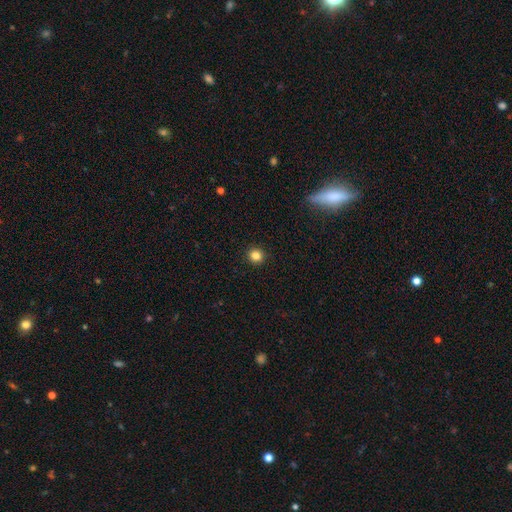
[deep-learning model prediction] smooth 84%, star or artifact 12%, featured or disk 4%. Down the decision tree: how rounded — round (91%); merging — none (92%).